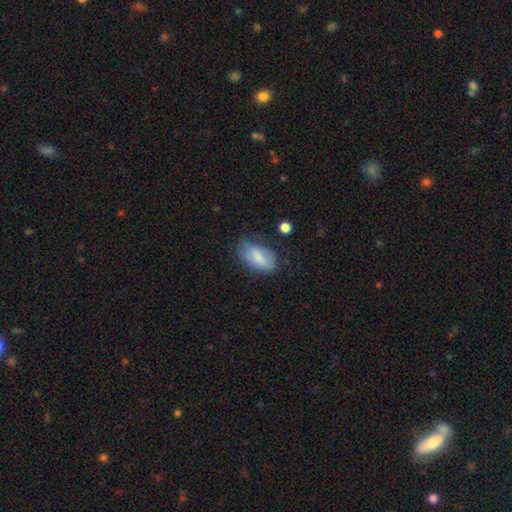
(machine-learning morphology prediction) smooth 78%, featured or disk 14%, star or artifact 8%. Down the decision tree: how rounded — in between (89%); merging — none (64%).